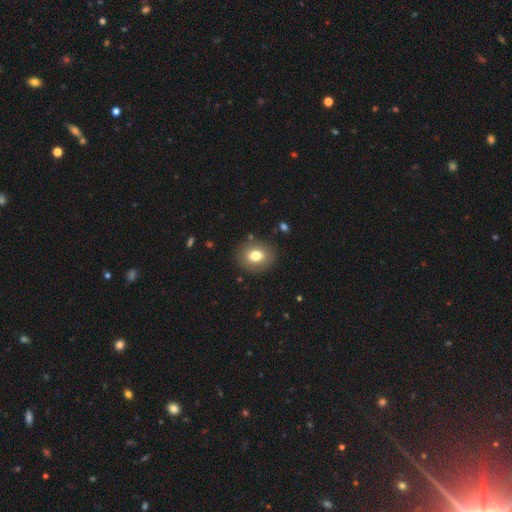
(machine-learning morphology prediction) This appears to be a smooth galaxy with no disk features (77%) that is round (56%). Merging: none (87%).